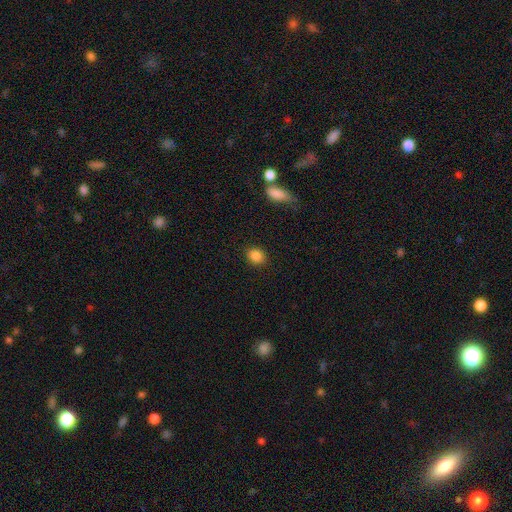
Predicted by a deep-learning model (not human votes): smooth-or-featured: smooth: 86% | star or artifact: 10% | featured or disk: 4%
  how-rounded: round: 61% | in between: 38% | cigar-shaped: 1%
  merging: none: 88% | minor disturbance: 8% | major disturbance: 3% | merger: 1%